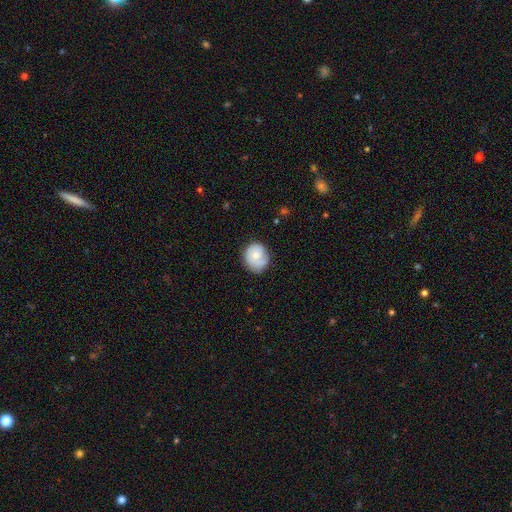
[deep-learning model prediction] This is possibly a smooth galaxy (56%). How rounded: likely round (71%). Merging: likely none (66%).